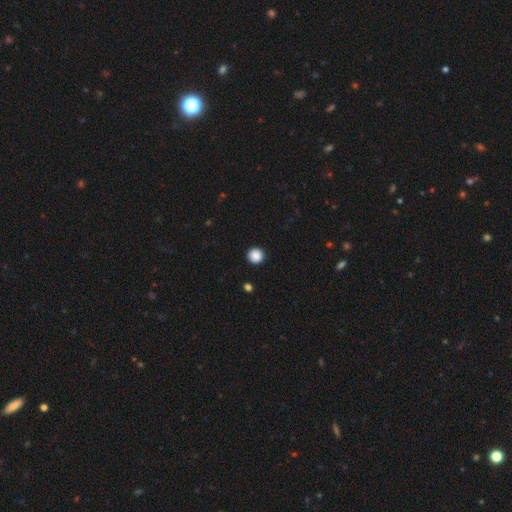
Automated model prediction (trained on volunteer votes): Smooth or featured?
  - smooth: 88% *
  - star or artifact: 9%
  - featured or disk: 2%
How rounded?
  - round: 95% *
  - in between: 4%
  - cigar-shaped: 1%
Merging?
  - none: 93% *
  - minor disturbance: 4%
  - major disturbance: 2%
  - merger: 1%